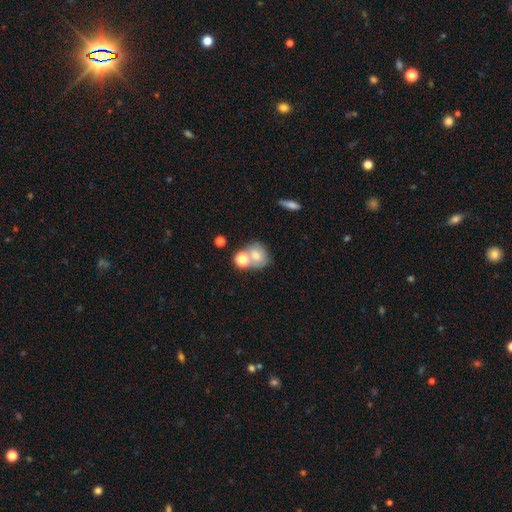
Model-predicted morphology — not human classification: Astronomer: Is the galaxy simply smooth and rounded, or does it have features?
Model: smooth — 69%.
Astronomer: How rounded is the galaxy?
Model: round — 58% (runner-up: in between, 40%).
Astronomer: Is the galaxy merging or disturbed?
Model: merger — 41% (runner-up: none, 40%).